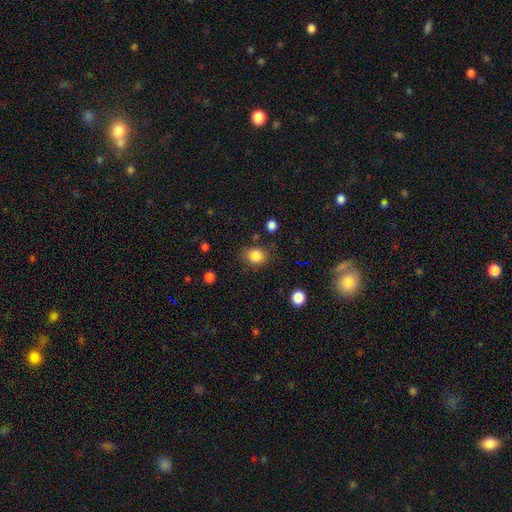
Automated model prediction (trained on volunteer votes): smooth_or_featured: smooth (p=0.85) [alt: star or artifact p=0.10]
how_rounded: round (p=0.59) [alt: in between p=0.41]
merging: none (p=0.77) [alt: minor disturbance p=0.15]